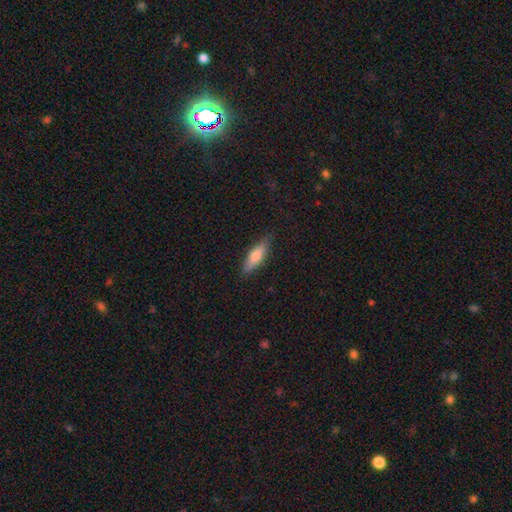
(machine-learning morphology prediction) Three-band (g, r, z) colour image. It shows a smooth galaxy with no disk features (67%) that is cigar-shaped (59%). Merging: none (84%).